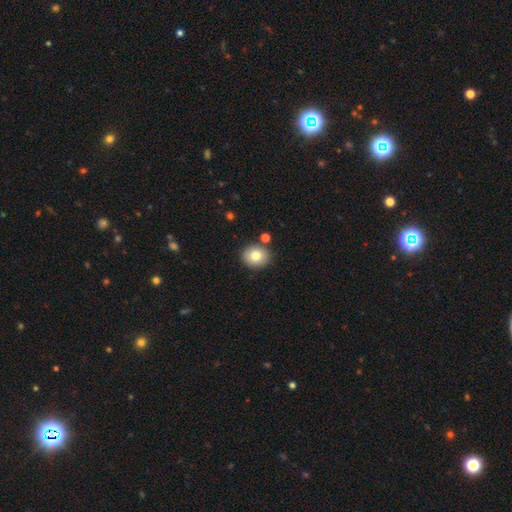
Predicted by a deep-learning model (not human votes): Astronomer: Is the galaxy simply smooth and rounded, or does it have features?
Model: smooth — 81%.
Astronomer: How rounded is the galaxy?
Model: round — 74%.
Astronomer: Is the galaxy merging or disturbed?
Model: none — 82%.